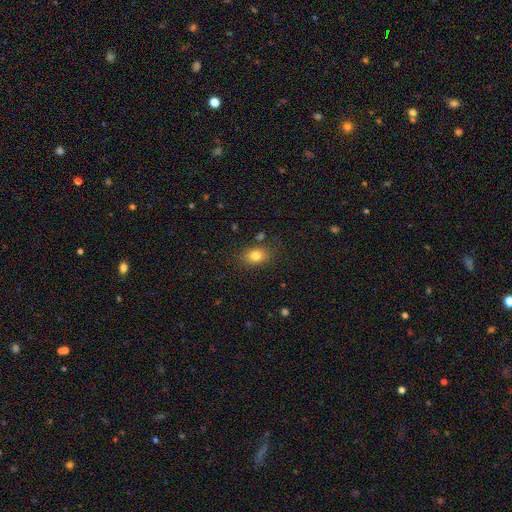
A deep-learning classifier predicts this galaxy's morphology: Q: Smooth or featured?
A: smooth (81%); runner-up: star or artifact (11%)
Q: How rounded?
A: in between (70%); runner-up: round (29%)
Q: Merging?
A: none (80%); runner-up: minor disturbance (12%)